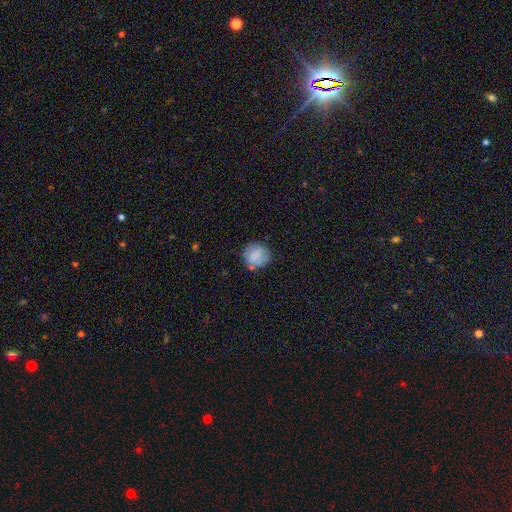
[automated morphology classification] This appears to be a smooth galaxy with no disk features (79%) that is round (86%). Merging: none (75%).